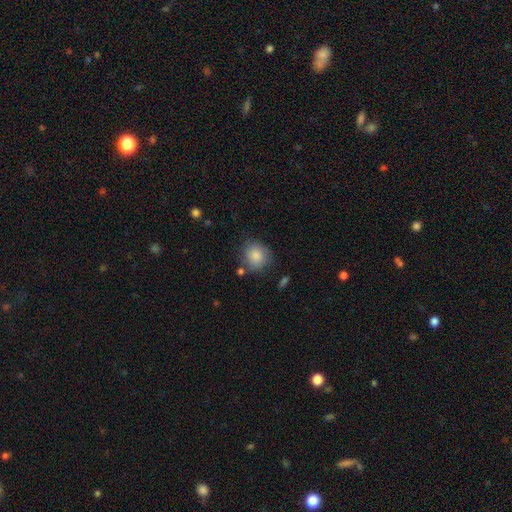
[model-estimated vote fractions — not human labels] Smooth or featured? Predicted: smooth (p=0.86). How rounded? Predicted: round (p=0.82). Merging? Predicted: none (p=0.74).